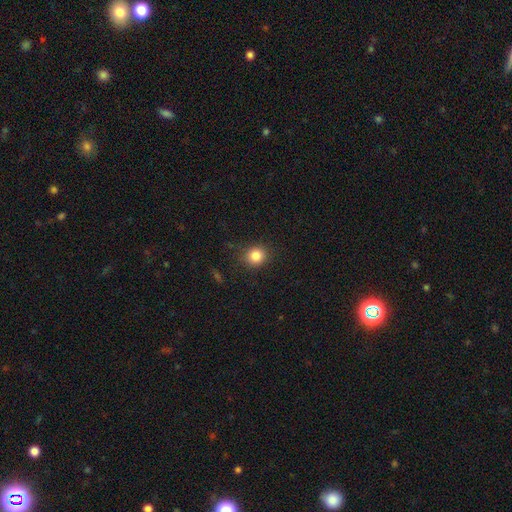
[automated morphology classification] smooth_or_featured: smooth (p=0.84) [alt: star or artifact p=0.11]
how_rounded: round (p=0.85) [alt: in between p=0.14]
merging: none (p=0.86) [alt: minor disturbance p=0.10]